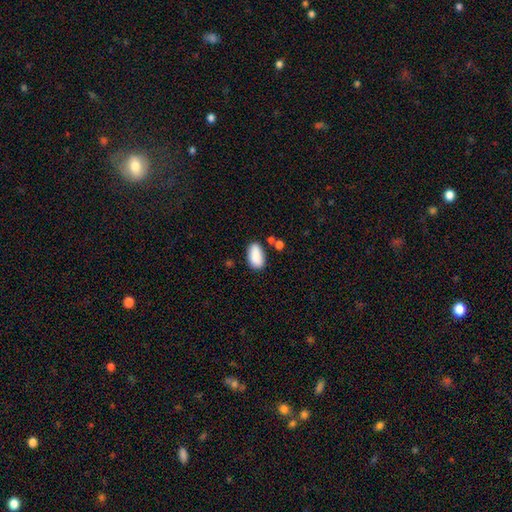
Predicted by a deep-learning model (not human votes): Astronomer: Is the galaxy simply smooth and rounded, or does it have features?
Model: smooth — 89%.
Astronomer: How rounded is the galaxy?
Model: in between — 93%.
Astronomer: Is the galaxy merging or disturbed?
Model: none — 76%.